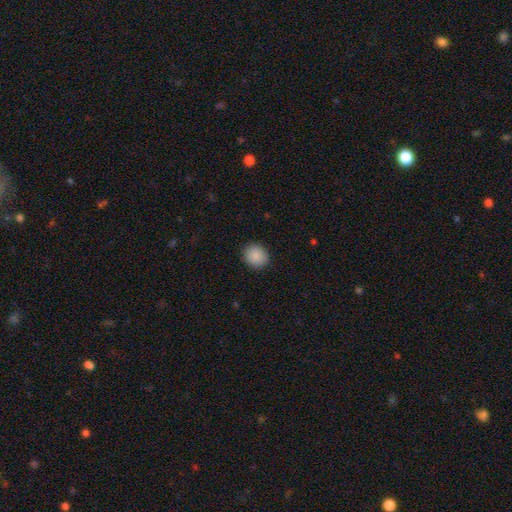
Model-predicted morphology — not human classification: smooth_or_featured: smooth (p=0.88) [alt: star or artifact p=0.08]
how_rounded: round (p=0.79) [alt: in between p=0.20]
merging: none (p=0.89) [alt: minor disturbance p=0.08]